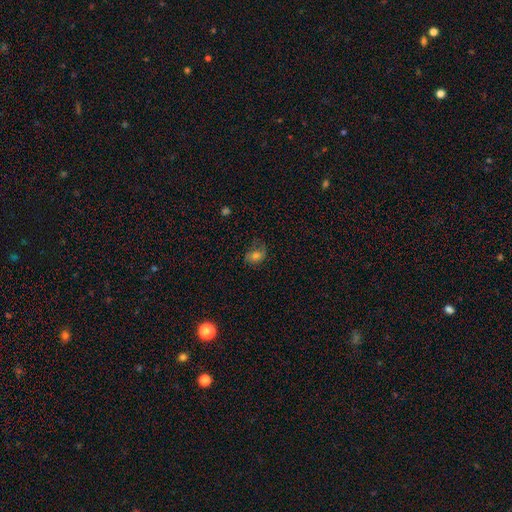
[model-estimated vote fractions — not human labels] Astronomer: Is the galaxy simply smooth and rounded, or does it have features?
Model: smooth — 59%.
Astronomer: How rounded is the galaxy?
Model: in between — 58% (runner-up: round, 41%).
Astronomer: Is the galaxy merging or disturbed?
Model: none — 52%.